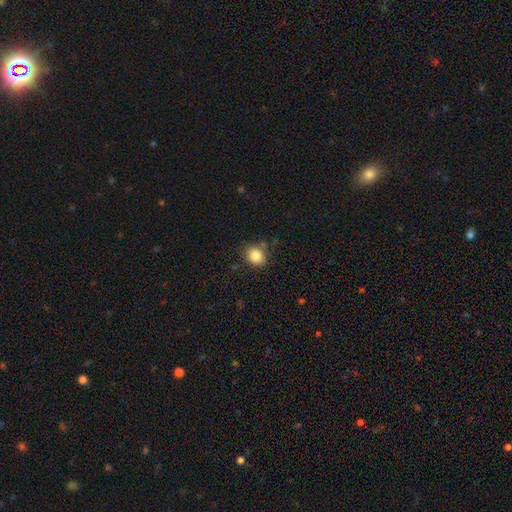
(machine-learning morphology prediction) Smooth or featured?
  - smooth: 84% *
  - star or artifact: 10%
  - featured or disk: 6%
How rounded?
  - round: 66% *
  - in between: 34%
  - cigar-shaped: 1%
Merging?
  - none: 81% *
  - minor disturbance: 12%
  - merger: 5%
  - major disturbance: 3%